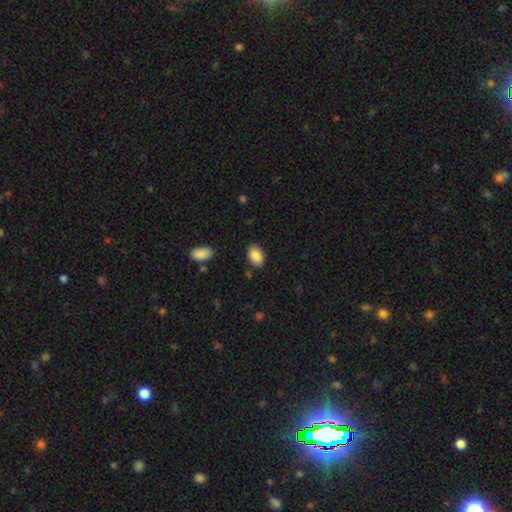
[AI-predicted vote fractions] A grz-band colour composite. It shows a smooth galaxy with no disk features (87%) that is in between round and cigar-shaped (87%). Merging: none (84%).